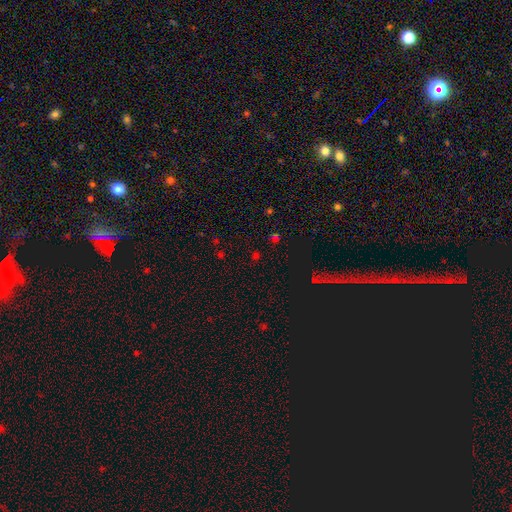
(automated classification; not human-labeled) Smooth or featured: star or artifact — 53% (smooth — 41%)